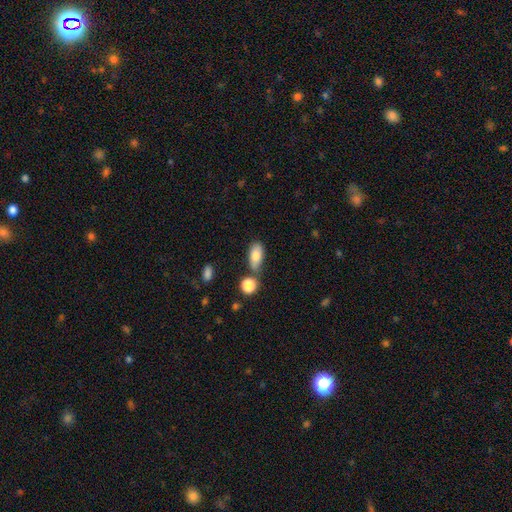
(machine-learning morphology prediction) A smooth galaxy with no disk features (81%) that is in between round and cigar-shaped (86%).

Vote fractions:
- Smooth or featured? smooth: 81% / featured or disk: 11% / star or artifact: 8%
- How rounded? in between: 86% / cigar-shaped: 8% / round: 5%
- Merging? none: 62% / minor disturbance: 19% / merger: 14% / major disturbance: 5%